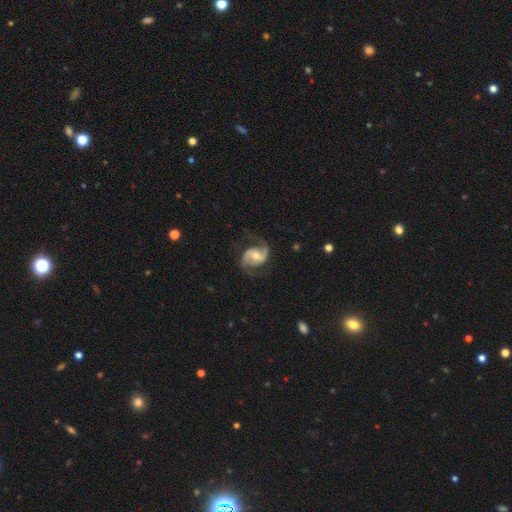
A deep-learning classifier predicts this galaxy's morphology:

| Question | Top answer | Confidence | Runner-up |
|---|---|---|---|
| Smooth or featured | featured or disk | 91% | smooth (5%) |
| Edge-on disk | no | 98% | yes (2%) |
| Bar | no | 44% | weak (38%) |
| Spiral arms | yes | 98% | no (2%) |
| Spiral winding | medium | 57% | loose (27%) |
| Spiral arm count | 2 | 94% | can't tell (2%) |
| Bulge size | moderate | 68% | small (25%) |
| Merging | none | 78% | minor disturbance (14%) |